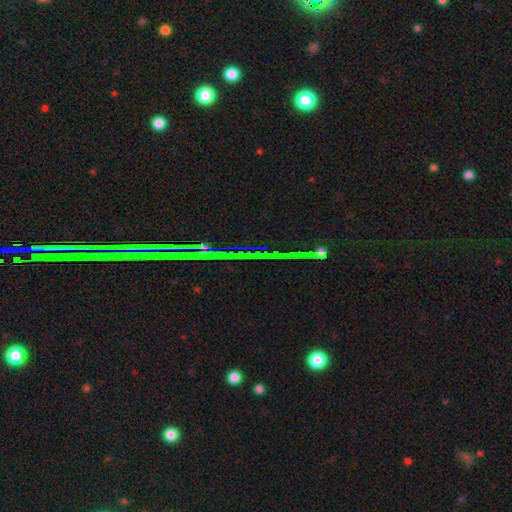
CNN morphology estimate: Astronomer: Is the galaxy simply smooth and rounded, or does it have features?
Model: star or artifact — 80%.